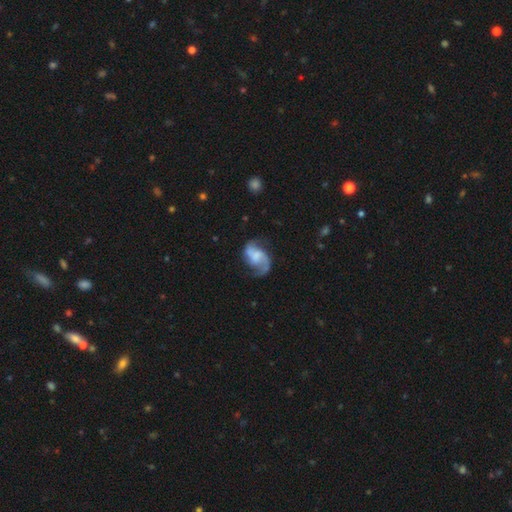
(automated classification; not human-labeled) Smooth or featured? Predicted: featured or disk (p=0.83). Edge-on disk? Predicted: no (p=0.98). Bar? Predicted: weak (p=0.45). Spiral arms? Predicted: yes (p=0.95). Spiral winding? Predicted: loose (p=0.54). Spiral arm count? Predicted: 2 (p=0.86). Bulge size? Predicted: none (p=0.34). Merging? Predicted: none (p=0.63).